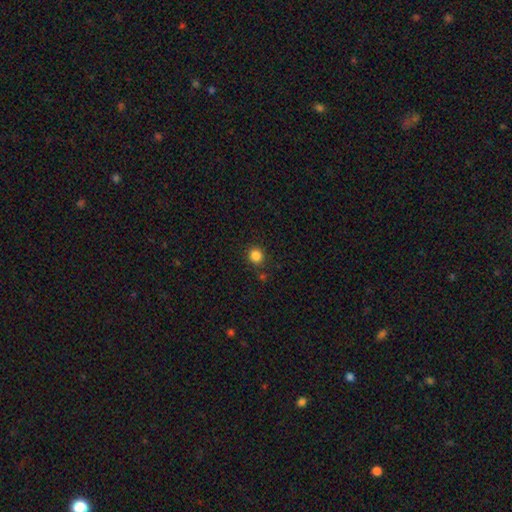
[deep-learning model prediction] Morphology: type=smooth (84%); roundness=round (90%); merging=none (86%).